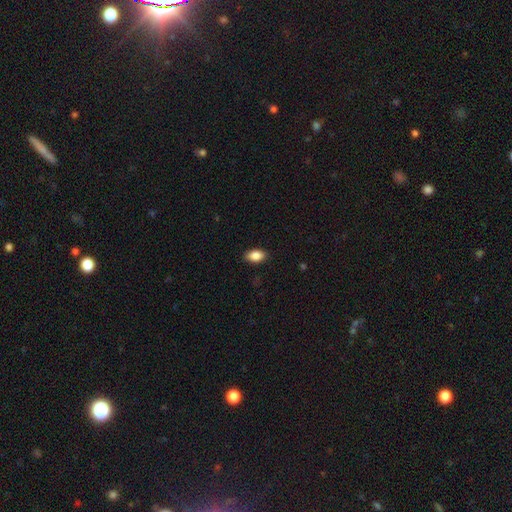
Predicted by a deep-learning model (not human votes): smooth 86%, star or artifact 8%, featured or disk 7%. Down the decision tree: how rounded — in between (89%); merging — none (87%).